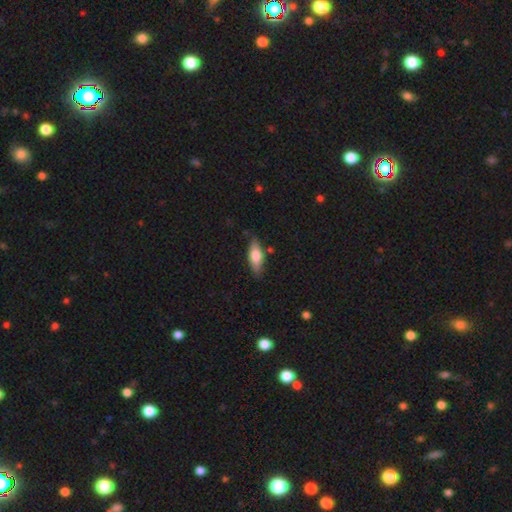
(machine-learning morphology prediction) This is likely a smooth galaxy (67%). How rounded: likely in between (67%). Merging: likely none (80%).